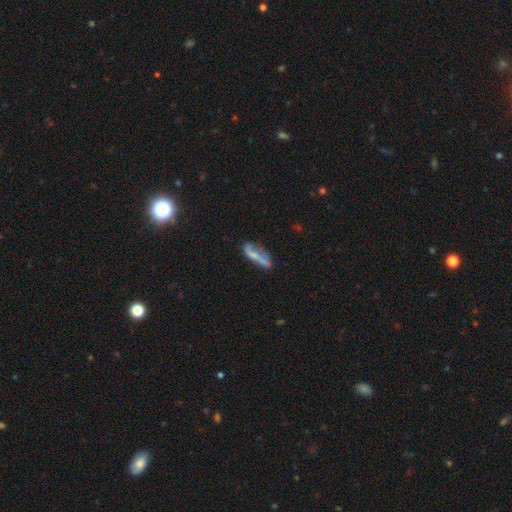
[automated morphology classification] A smooth galaxy with no disk features (50%).

Vote fractions:
- Smooth or featured? smooth: 50% / featured or disk: 42% / star or artifact: 9%
- Merging? none: 47% / minor disturbance: 28% / major disturbance: 18% / merger: 6%